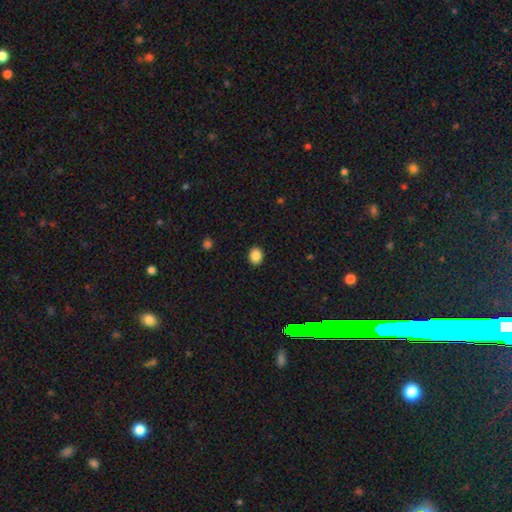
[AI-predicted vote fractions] smooth 87%, star or artifact 9%, featured or disk 4%. Down the decision tree: how rounded — round (56%); merging — none (91%).